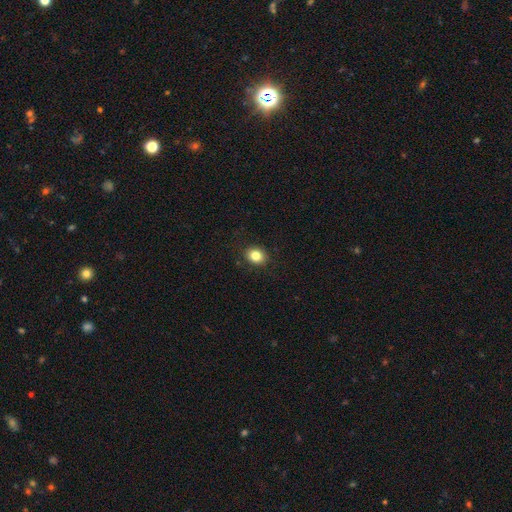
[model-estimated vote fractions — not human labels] smooth-or-featured: smooth: 84% | star or artifact: 10% | featured or disk: 6%
  how-rounded: round: 56% | in between: 43% | cigar-shaped: 1%
  merging: none: 90% | minor disturbance: 7% | major disturbance: 2% | merger: 1%